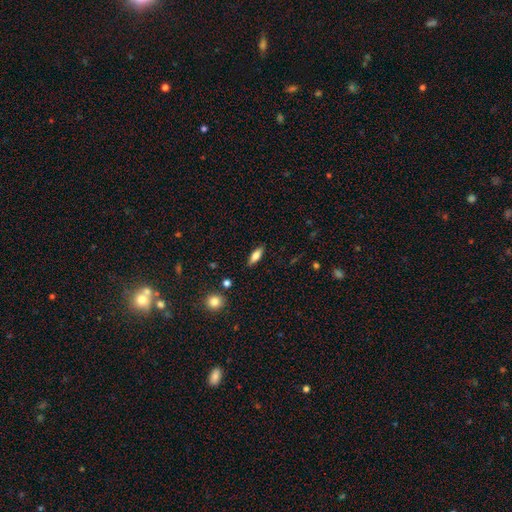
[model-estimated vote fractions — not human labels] Smooth or featured?
  - smooth: 71% *
  - featured or disk: 21%
  - star or artifact: 7%
How rounded?
  - in between: 63% *
  - cigar-shaped: 35%
  - round: 3%
Merging?
  - none: 87% *
  - minor disturbance: 9%
  - major disturbance: 2%
  - merger: 1%